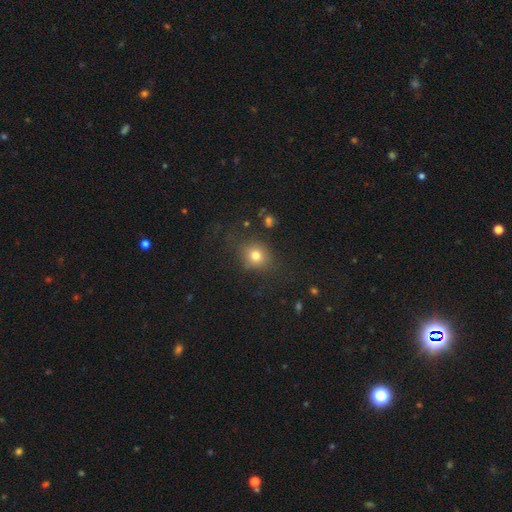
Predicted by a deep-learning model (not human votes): Smooth or featured: smooth — 76% (star or artifact — 15%)
How rounded: round — 76% (in between — 23%)
Merging: none — 75% (minor disturbance — 15%)